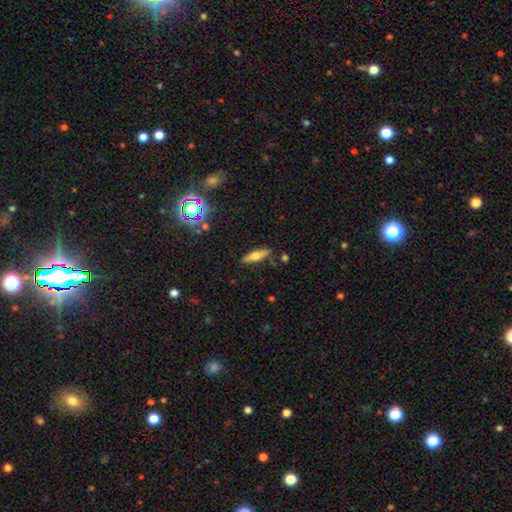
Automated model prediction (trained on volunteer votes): smooth-or-featured: featured or disk: 45% (tied) | smooth: 45% (tied) | star or artifact: 10%
  merging: none: 84% | minor disturbance: 11% | major disturbance: 3% | merger: 3%